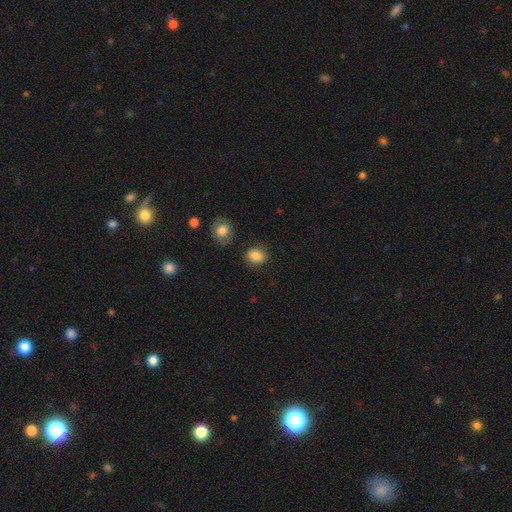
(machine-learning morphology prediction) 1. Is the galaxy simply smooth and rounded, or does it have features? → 85% smooth, 9% star or artifact, 6% featured or disk.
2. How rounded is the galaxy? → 50% round, 49% in between, 1% cigar-shaped.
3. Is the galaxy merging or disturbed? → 78% none, 15% minor disturbance, 4% major disturbance, 4% merger.